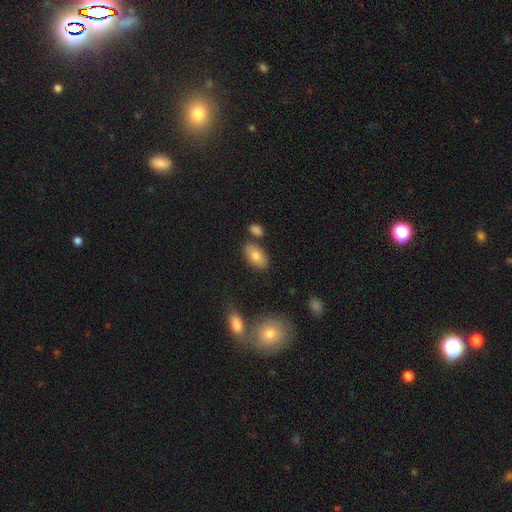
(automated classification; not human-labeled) Overall: smooth (80%). How rounded: in between (93%). Merging: none (76%).